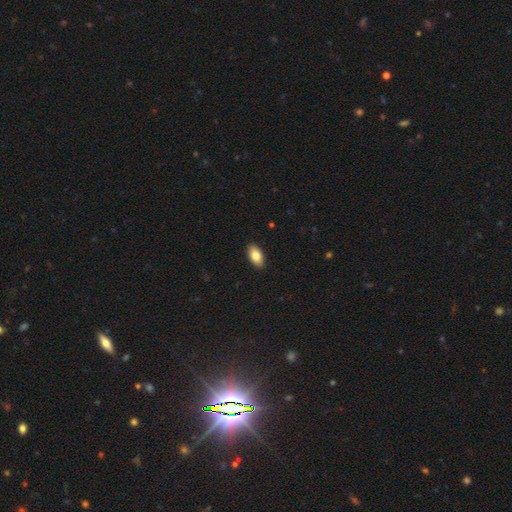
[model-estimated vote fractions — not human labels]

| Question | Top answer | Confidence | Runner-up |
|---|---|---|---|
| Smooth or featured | smooth | 83% | featured or disk (10%) |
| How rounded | in between | 94% | round (3%) |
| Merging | none | 91% | minor disturbance (7%) |